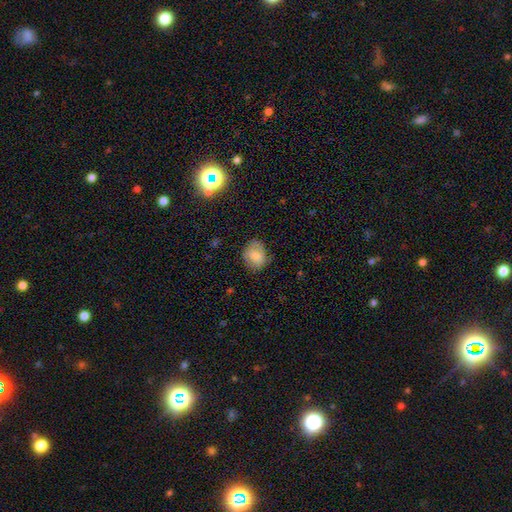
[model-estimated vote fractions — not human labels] Smooth or featured?
  - smooth: 71% *
  - featured or disk: 19%
  - star or artifact: 9%
How rounded?
  - round: 60% *
  - in between: 39%
  - cigar-shaped: 1%
Merging?
  - none: 66% *
  - minor disturbance: 26%
  - major disturbance: 7%
  - merger: 1%